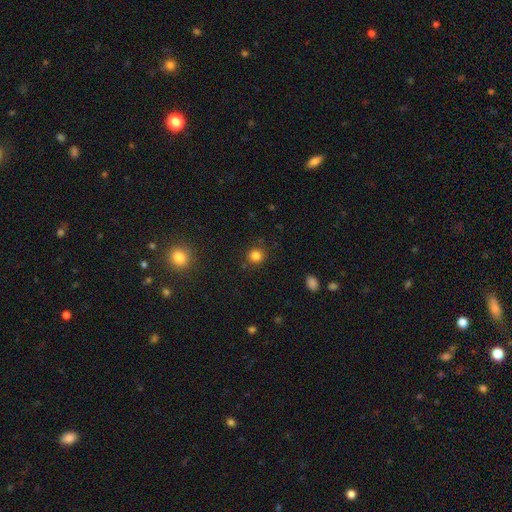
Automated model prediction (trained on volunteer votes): A smooth galaxy with no disk features (82%) that is round (89%).

Vote fractions:
- Smooth or featured? smooth: 82% / star or artifact: 13% / featured or disk: 5%
- How rounded? round: 89% / in between: 10% / cigar-shaped: 1%
- Merging? none: 87% / minor disturbance: 8% / major disturbance: 3% / merger: 2%